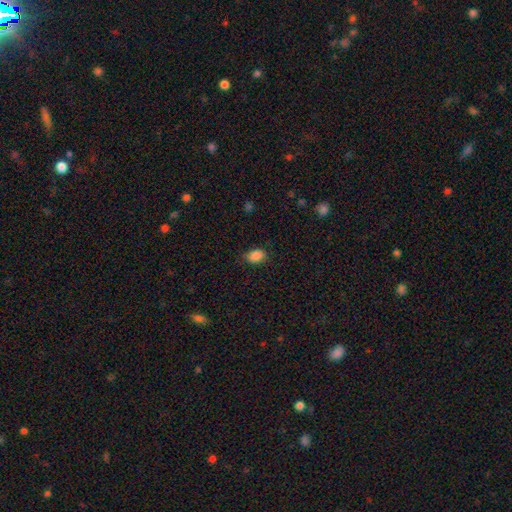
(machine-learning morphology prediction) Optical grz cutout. It shows a smooth galaxy with no disk features (88%) that is in between round and cigar-shaped (83%). Merging: none (81%).